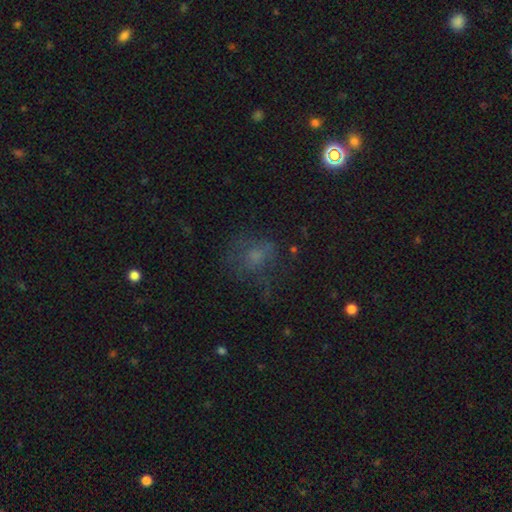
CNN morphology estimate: Smooth or featured? smooth (49%)
Merging? none (53%)